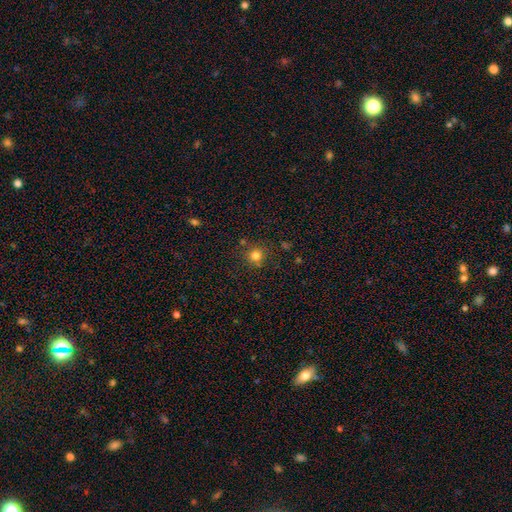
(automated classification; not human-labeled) Morphology: type=smooth (79%); roundness=round (92%); merging=none (80%).